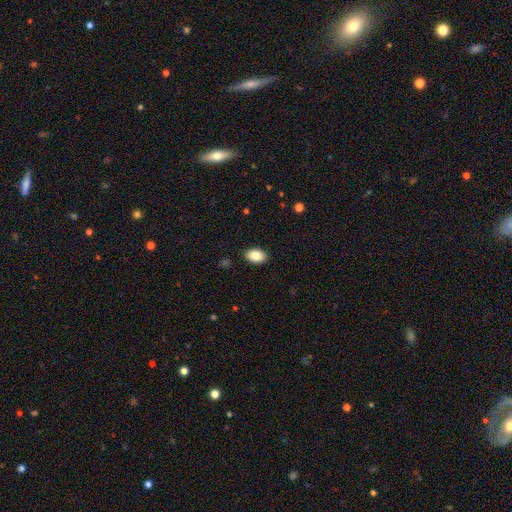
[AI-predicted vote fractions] Smooth or featured: smooth — 86% (star or artifact — 7%)
How rounded: in between — 88% (round — 11%)
Merging: none — 89% (minor disturbance — 8%)